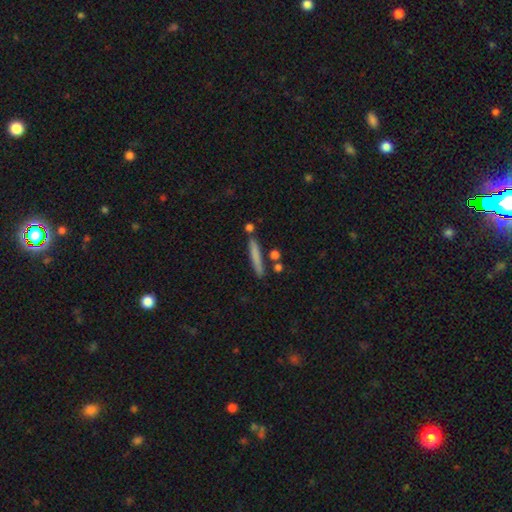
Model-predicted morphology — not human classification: Smooth or featured? smooth (73%)
How rounded? cigar-shaped (93%)
Merging? none (80%)